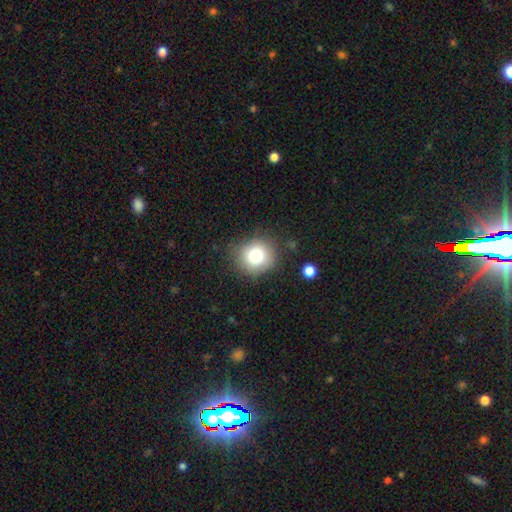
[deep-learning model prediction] This appears to be a smooth galaxy with no disk features (78%) that is round (88%). Merging: none (82%).